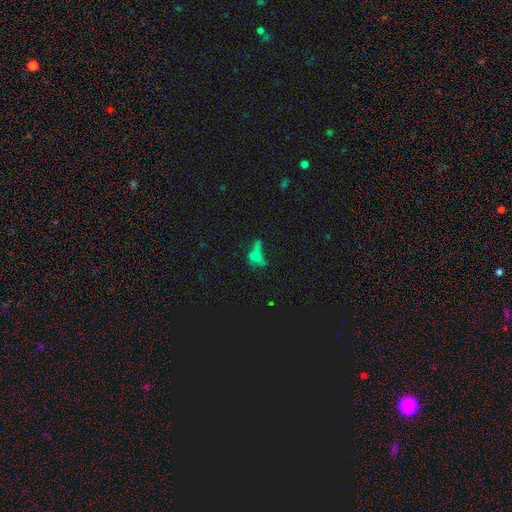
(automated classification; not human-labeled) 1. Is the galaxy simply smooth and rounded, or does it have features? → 44% smooth, 30% star or artifact, 26% featured or disk.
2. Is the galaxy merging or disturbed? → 31% none, 29% major disturbance, 25% merger, 15% minor disturbance.